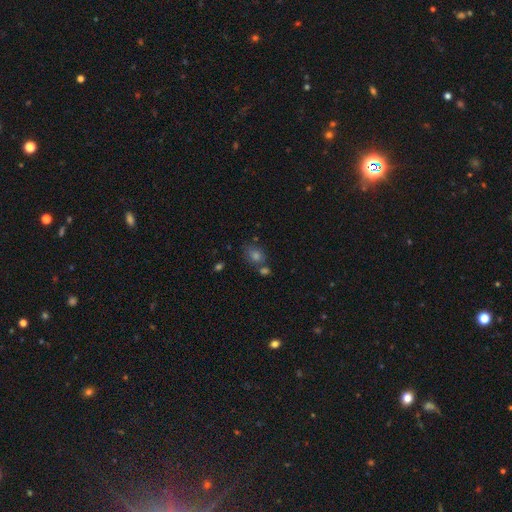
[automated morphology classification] A smooth galaxy with no disk features (64%) that is round (54%).

Vote fractions:
- Smooth or featured? smooth: 64% / star or artifact: 24% / featured or disk: 12%
- How rounded? round: 54% / in between: 44% / cigar-shaped: 2%
- Merging? none: 67% / merger: 16% / minor disturbance: 12% / major disturbance: 4%